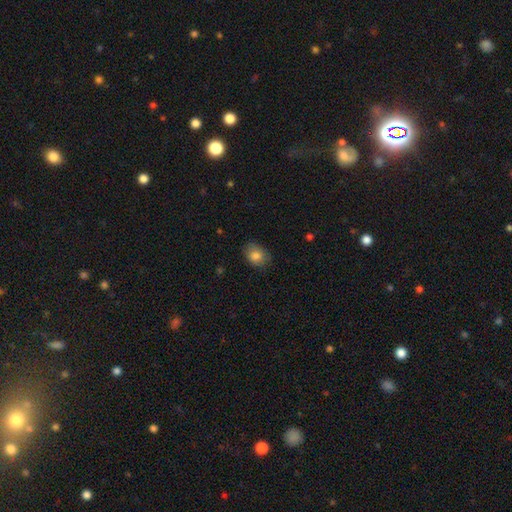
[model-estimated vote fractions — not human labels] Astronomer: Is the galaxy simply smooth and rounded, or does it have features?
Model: smooth — 83%.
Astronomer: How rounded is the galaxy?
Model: in between — 64%.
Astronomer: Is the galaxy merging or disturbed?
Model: none — 77%.